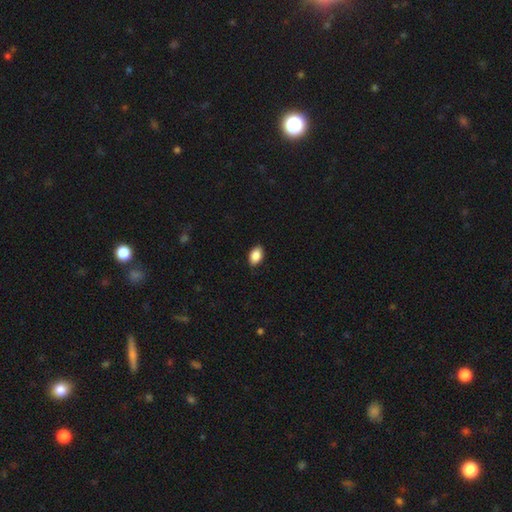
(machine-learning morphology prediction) Smooth or featured: smooth — 88% (star or artifact — 7%)
How rounded: in between — 90% (round — 9%)
Merging: none — 87% (minor disturbance — 10%)